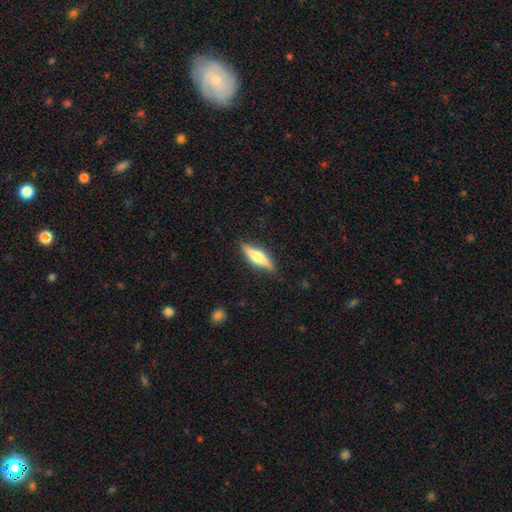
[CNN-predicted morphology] A featured or disk galaxy (50%) viewed edge-on (93%). Merging: none (86%).